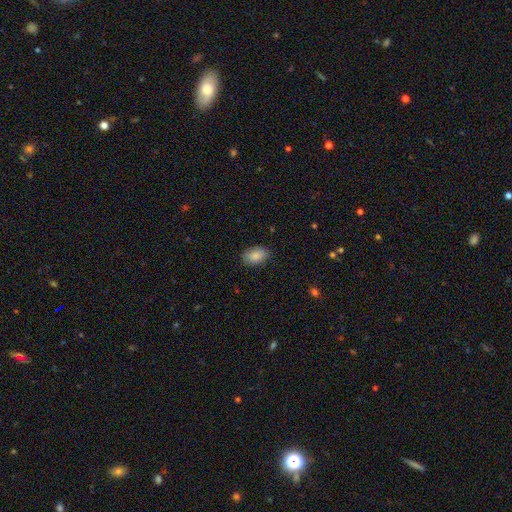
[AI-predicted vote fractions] Smooth or featured: smooth — 87% (star or artifact — 7%)
How rounded: in between — 91% (round — 8%)
Merging: none — 85% (minor disturbance — 12%)